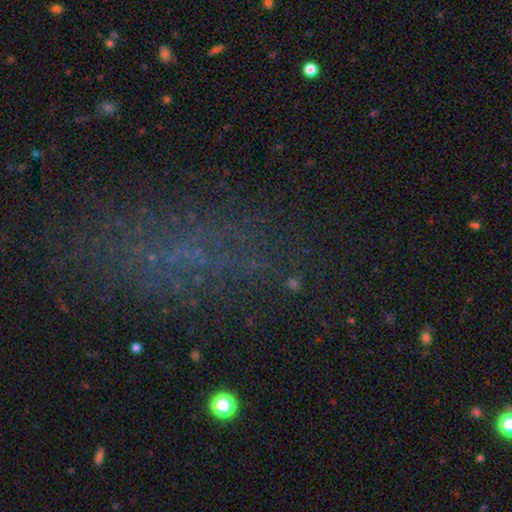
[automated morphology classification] Overall: star or artifact (44%; smooth 29%).